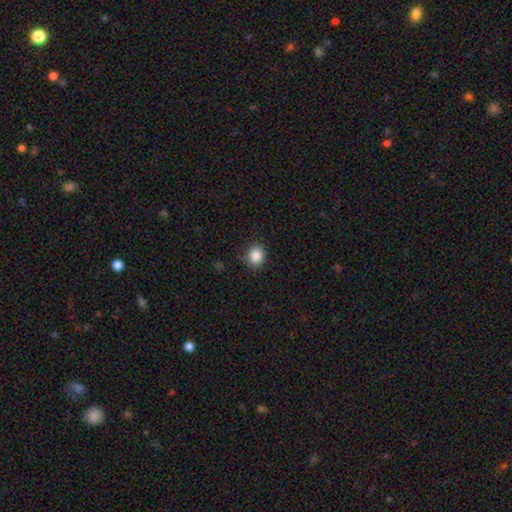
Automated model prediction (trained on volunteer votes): This appears to be a smooth galaxy with no disk features (85%) that is round (63%). Merging: none (82%).